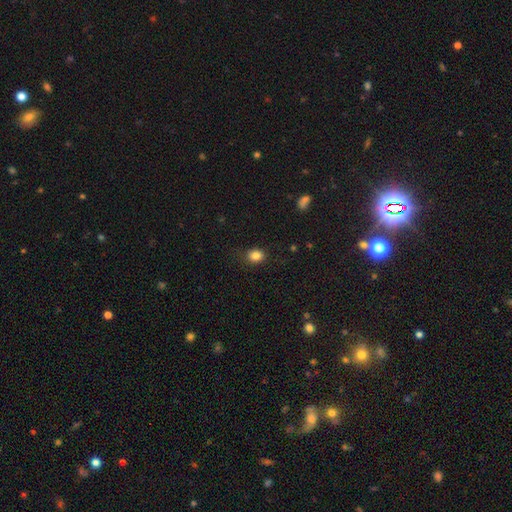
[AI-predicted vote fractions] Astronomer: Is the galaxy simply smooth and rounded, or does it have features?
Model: smooth — 84%.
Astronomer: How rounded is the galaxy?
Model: round — 57% (runner-up: in between, 42%).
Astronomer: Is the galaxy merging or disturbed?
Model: none — 82%.